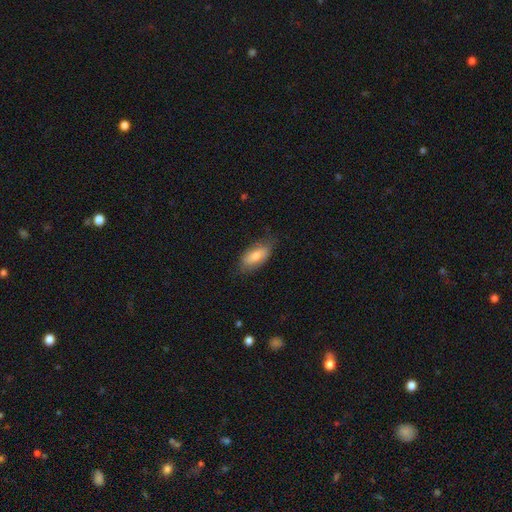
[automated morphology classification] This is likely a smooth galaxy (72%). How rounded: clearly in between (88%). Merging: likely none (70%).